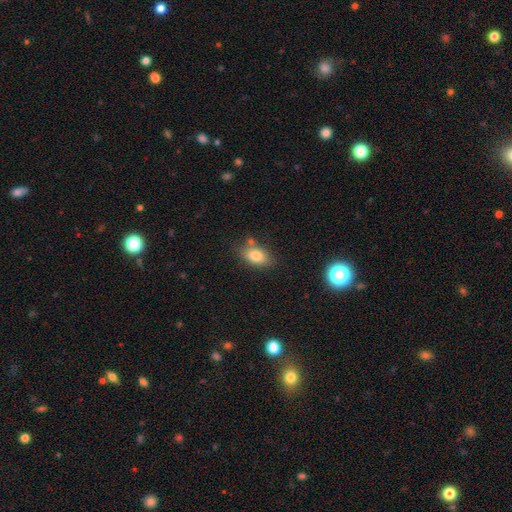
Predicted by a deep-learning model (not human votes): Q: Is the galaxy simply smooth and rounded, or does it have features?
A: smooth — 81%.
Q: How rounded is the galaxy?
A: in between — 85%.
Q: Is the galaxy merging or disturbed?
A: none — 71%.